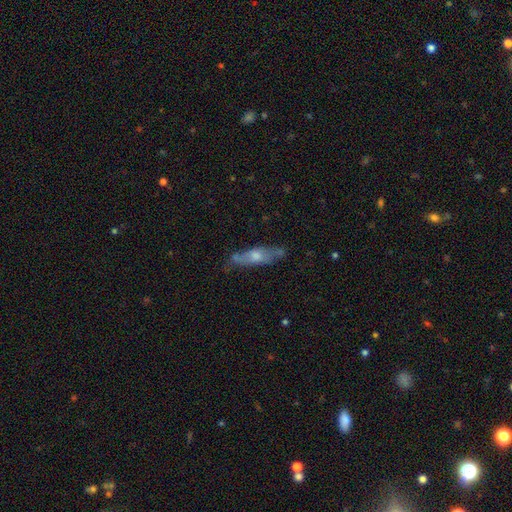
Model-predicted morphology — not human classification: A featured or disk galaxy (57%) viewed edge-on (64%). Merging: none (70%).